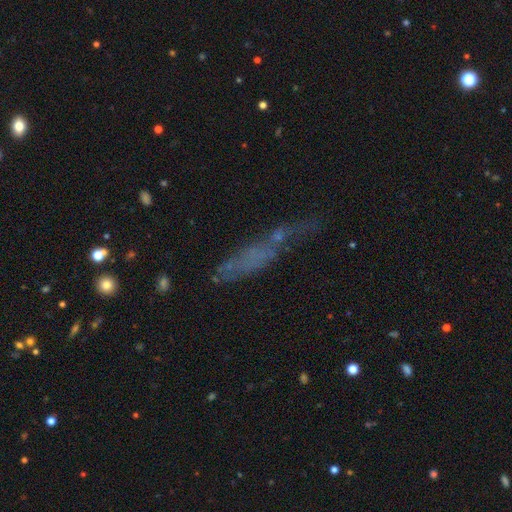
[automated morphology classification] type=smooth (41%); merging=none (48%).